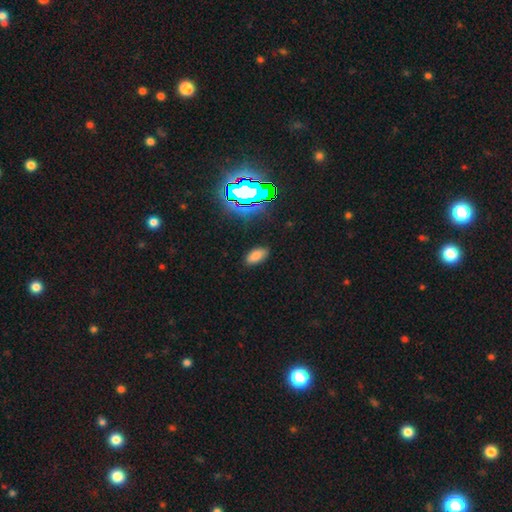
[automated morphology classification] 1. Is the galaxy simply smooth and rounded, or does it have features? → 73% smooth, 20% star or artifact, 7% featured or disk.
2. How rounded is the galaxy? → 93% in between, 4% round, 3% cigar-shaped.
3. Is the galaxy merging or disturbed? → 86% none, 10% minor disturbance, 3% major disturbance, 1% merger.